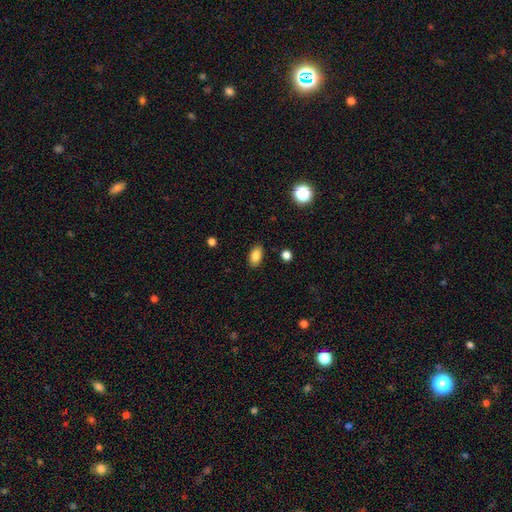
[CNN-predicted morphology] The model was most divided on "merging": none: 86%, minor disturbance: 10%, major disturbance: 3%, merger: 2%. More confident: how rounded — in between (90%); smooth or featured — smooth (86%).